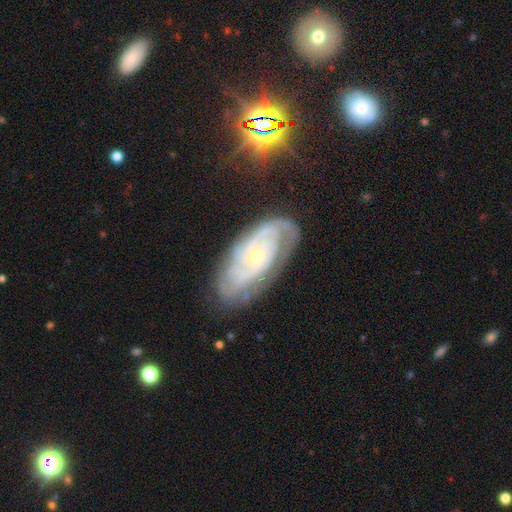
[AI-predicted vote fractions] Smooth or featured: featured or disk — 85% (smooth — 8%)
Edge-on disk: no — 94% (yes — 6%)
Bar: no — 74% (weak — 21%)
Spiral arms: yes — 95% (no — 5%)
Spiral winding: tight — 68% (medium — 26%)
Spiral arm count: can't tell — 35% (2 — 30%)
Bulge size: small — 74% (moderate — 23%)
Merging: none — 70% (minor disturbance — 20%)